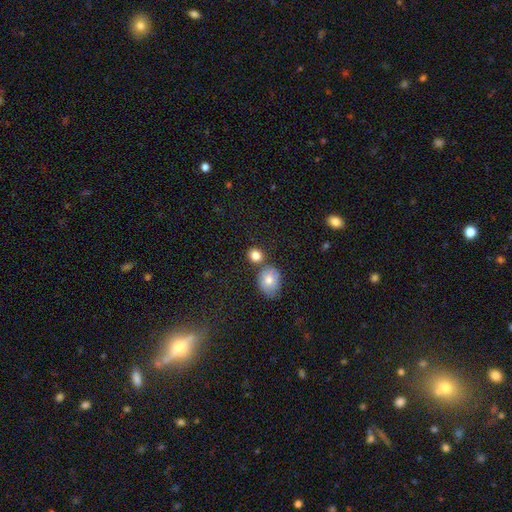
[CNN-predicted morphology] type=smooth (83%); roundness=round (77%); merging=none (67%).